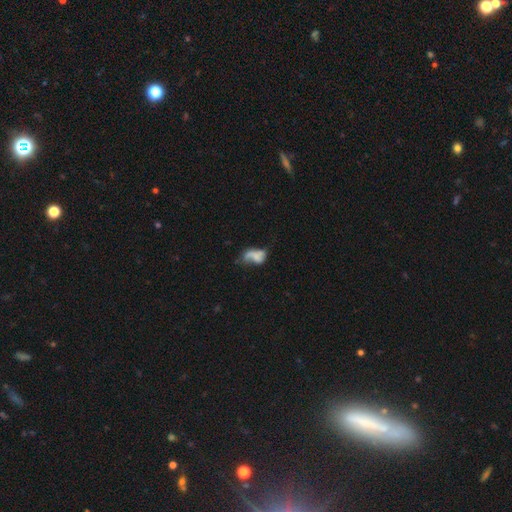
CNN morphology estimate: The model was most divided on "smooth or featured": smooth: 45%, featured or disk: 43%, star or artifact: 12%. Remaining: merging — major disturbance (37%).